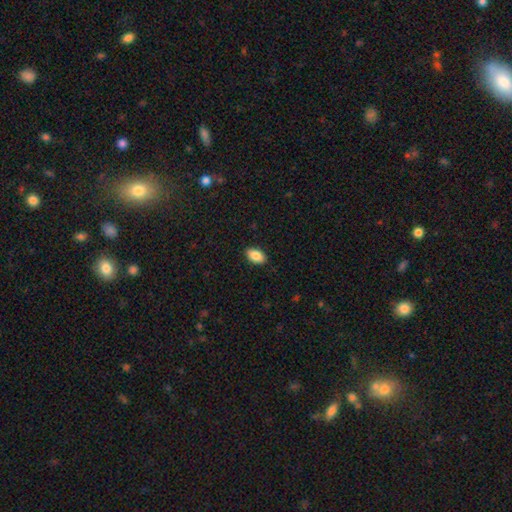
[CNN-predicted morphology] type=smooth (87%); roundness=in between (93%); merging=none (90%).